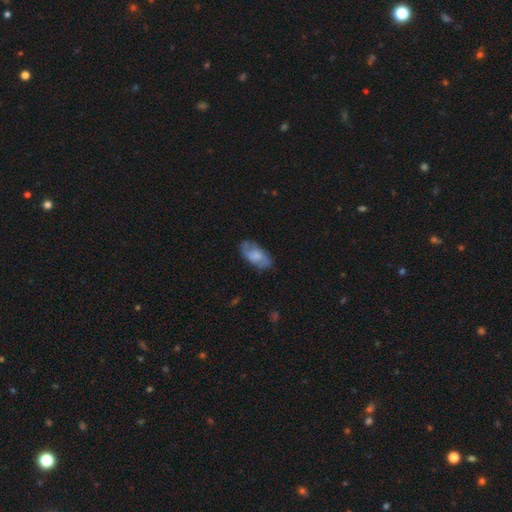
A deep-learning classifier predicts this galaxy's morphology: The model was most divided on "smooth or featured": smooth: 50%, featured or disk: 43%, star or artifact: 7%. More confident: merging — none (68%).